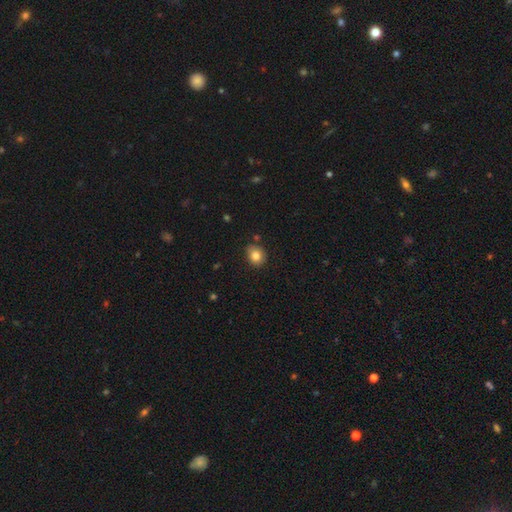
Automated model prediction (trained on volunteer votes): Morphology: type=smooth (83%); roundness=round (66%); merging=none (80%).